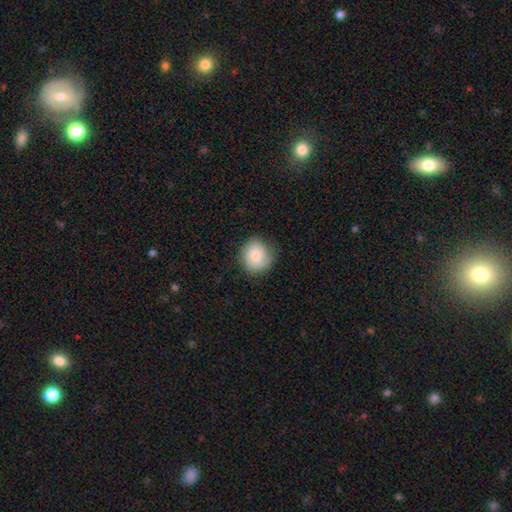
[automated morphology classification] This appears to be a smooth galaxy with no disk features (77%) that is round (83%). Merging: none (76%).